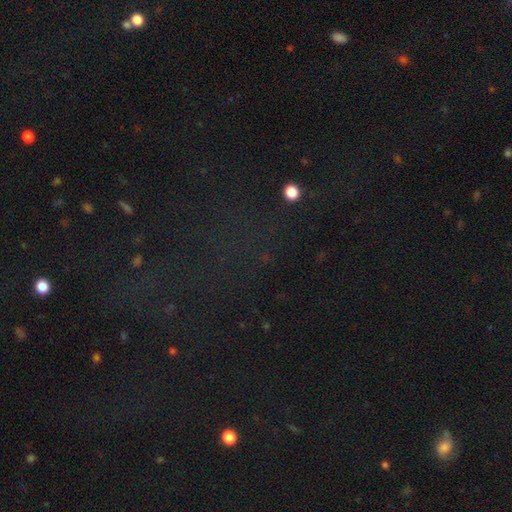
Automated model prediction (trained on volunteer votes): The model was most divided on "smooth or featured": star or artifact: 70%, smooth: 19%, featured or disk: 11%.